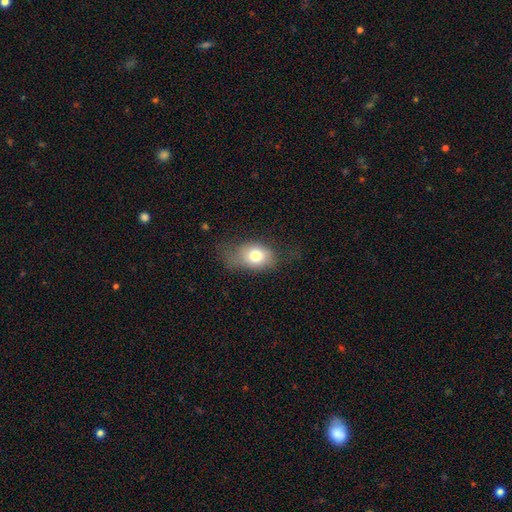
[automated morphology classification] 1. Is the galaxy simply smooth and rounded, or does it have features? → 75% smooth, 15% featured or disk, 10% star or artifact.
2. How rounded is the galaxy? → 71% in between, 27% round, 2% cigar-shaped.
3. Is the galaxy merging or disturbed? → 46% none, 32% minor disturbance, 21% major disturbance, 2% merger.